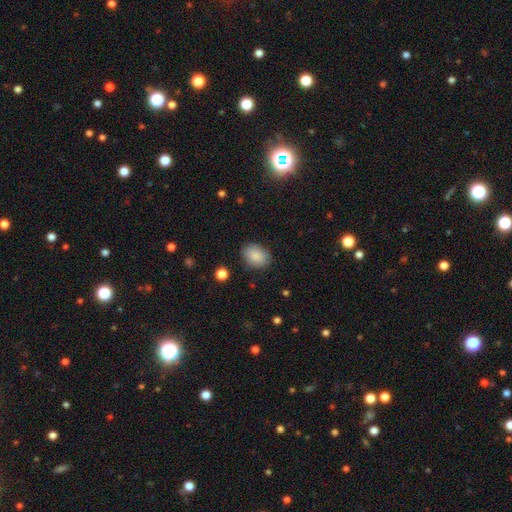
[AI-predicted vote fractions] This appears to be a smooth galaxy with no disk features (87%) that is in between round and cigar-shaped (69%). Merging: none (82%).